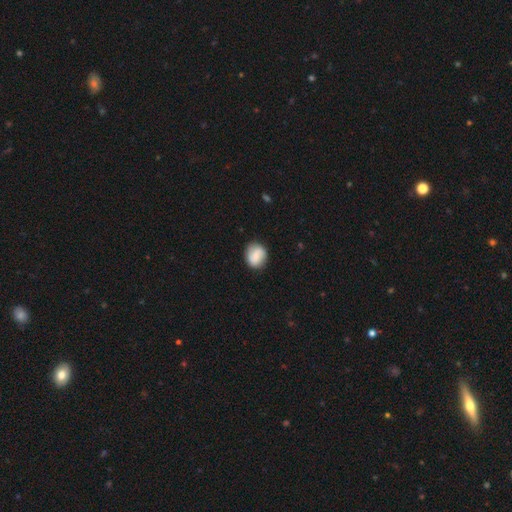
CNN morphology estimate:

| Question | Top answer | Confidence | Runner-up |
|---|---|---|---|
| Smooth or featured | smooth | 66% | featured or disk (26%) |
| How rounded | round | 67% | in between (32%) |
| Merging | none | 78% | minor disturbance (16%) |